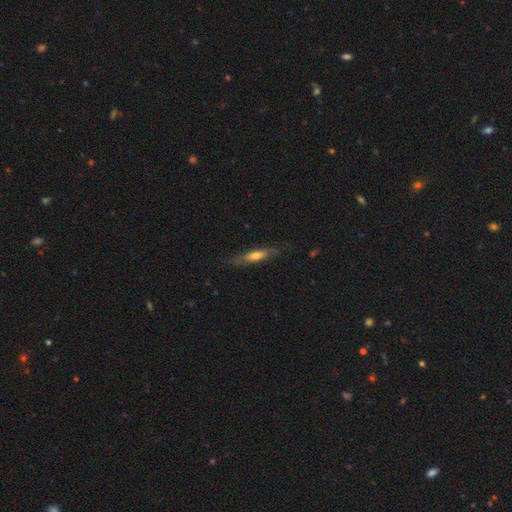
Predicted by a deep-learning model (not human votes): featured or disk 47% (tied), smooth 47% (tied), star or artifact 6%. Down the decision tree: merging — none (74%).